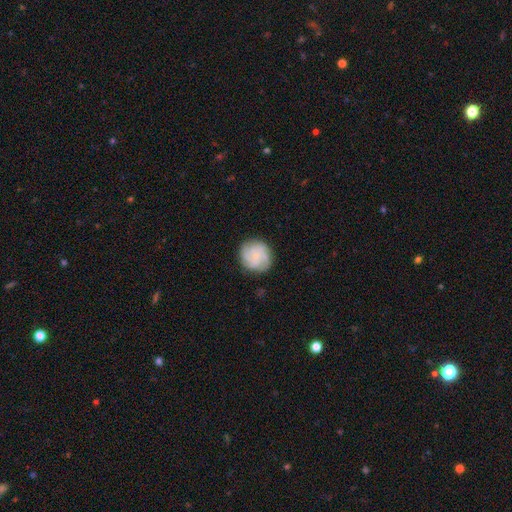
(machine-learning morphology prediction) featured or disk 64%, smooth 29%, star or artifact 8%. Down the decision tree: edge-on disk — no (98%); bar — no (74%); spiral arms — yes (94%); spiral arm count — 3 (39%); spiral winding — tight (50%); bulge size — small (67%); merging — none (81%).